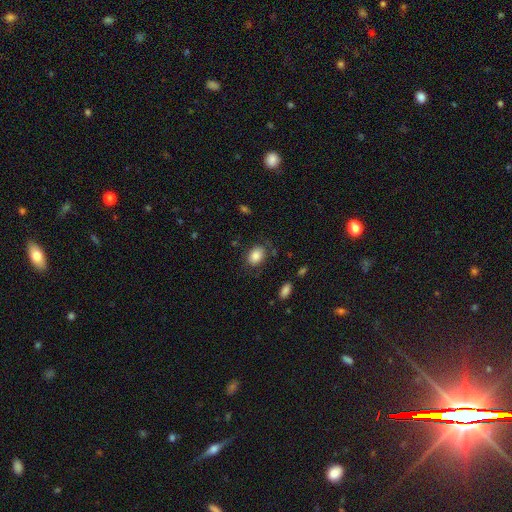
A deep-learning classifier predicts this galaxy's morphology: Overall: smooth (84%). How rounded: in between (73%). Merging: none (77%).